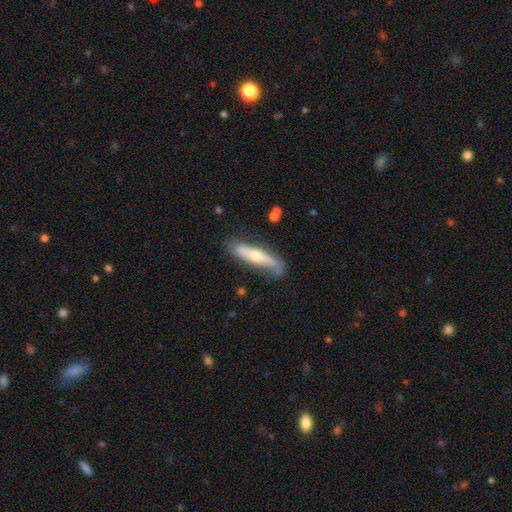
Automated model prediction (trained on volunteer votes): Morphology: type=featured or disk (63%); edge-on=yes (62%); merging=none (69%).